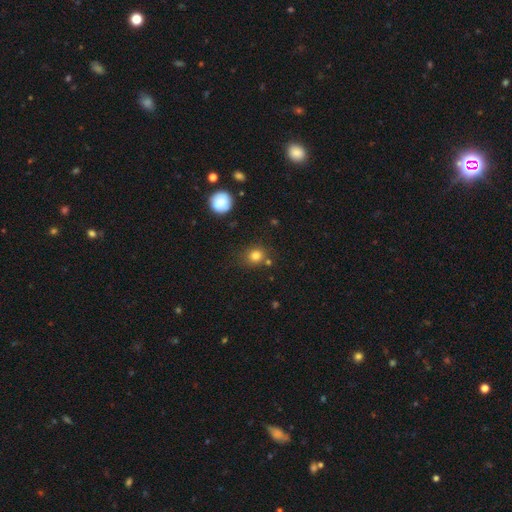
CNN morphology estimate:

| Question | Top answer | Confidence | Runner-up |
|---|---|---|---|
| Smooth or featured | smooth | 80% | star or artifact (13%) |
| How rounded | round | 81% | in between (18%) |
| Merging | none | 76% | minor disturbance (12%) |